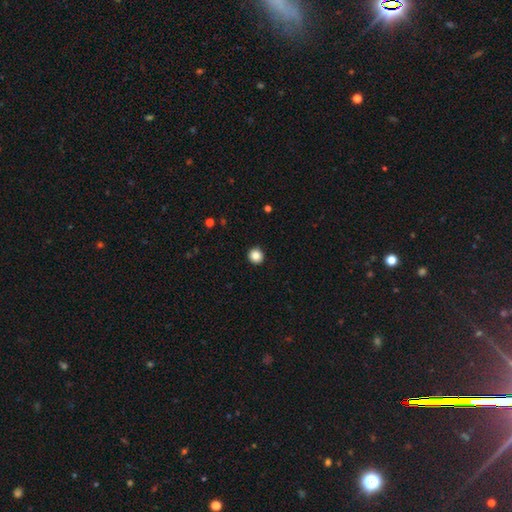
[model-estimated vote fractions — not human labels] This is clearly a smooth galaxy (85%). How rounded: clearly round (93%). Merging: clearly none (93%).